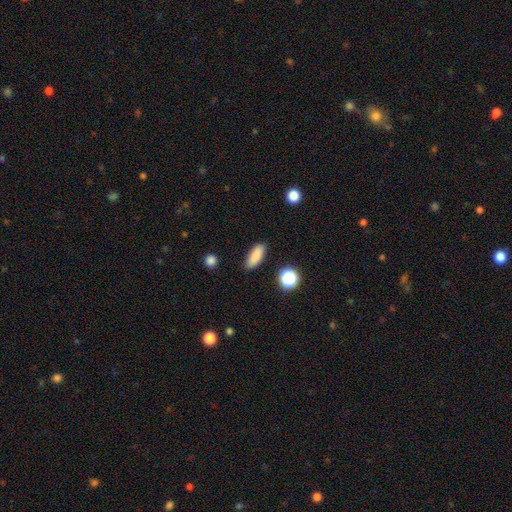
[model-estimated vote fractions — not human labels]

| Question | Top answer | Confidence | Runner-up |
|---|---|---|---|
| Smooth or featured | smooth | 85% | star or artifact (9%) |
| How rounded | in between | 69% | cigar-shaped (26%) |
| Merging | none | 87% | minor disturbance (9%) |